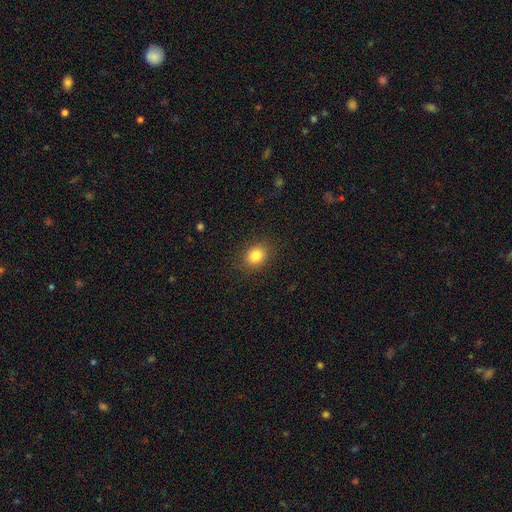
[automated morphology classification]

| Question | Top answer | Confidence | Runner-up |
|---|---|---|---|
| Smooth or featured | smooth | 83% | star or artifact (10%) |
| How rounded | round | 54% | in between (45%) |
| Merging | none | 88% | minor disturbance (9%) |